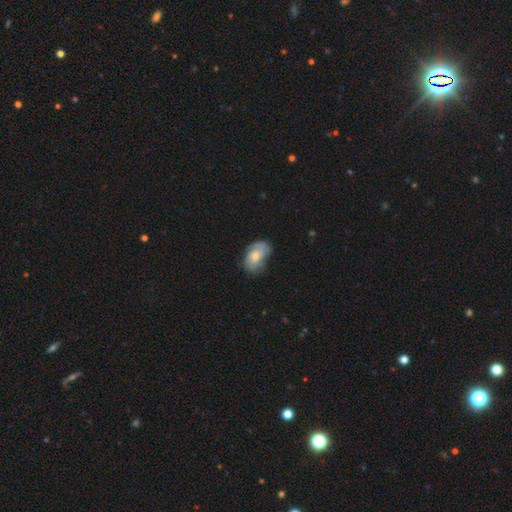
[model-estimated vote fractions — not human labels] This appears to be a smooth galaxy with no disk features (51%) that is in between round and cigar-shaped (88%). Merging: none (57%).